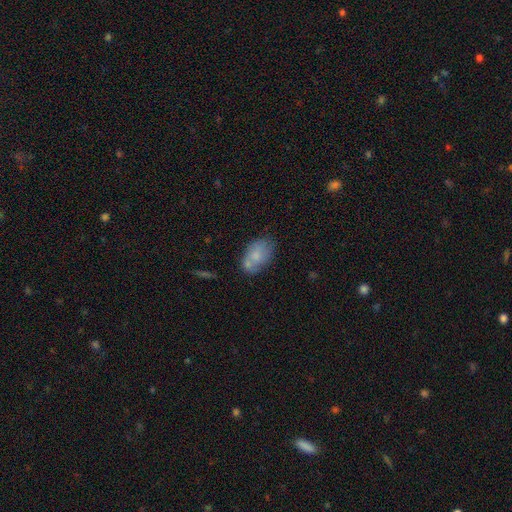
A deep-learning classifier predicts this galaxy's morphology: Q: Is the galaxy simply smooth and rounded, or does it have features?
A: smooth — 67%.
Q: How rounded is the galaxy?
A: in between — 89%.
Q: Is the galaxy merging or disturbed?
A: none — 51%.